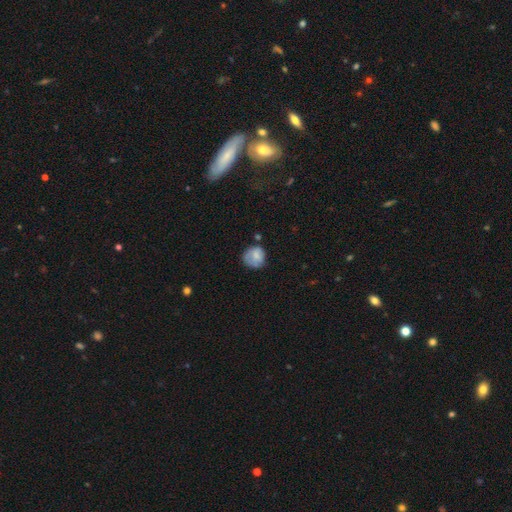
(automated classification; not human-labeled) This is likely a smooth galaxy (75%). How rounded: likely round (79%). Merging: possibly none (55%).